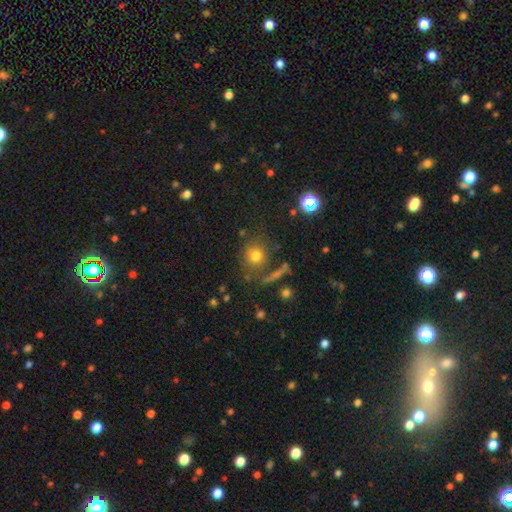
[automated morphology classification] A smooth galaxy with no disk features (74%) that is round (86%).

Vote fractions:
- Smooth or featured? smooth: 74% / star or artifact: 15% / featured or disk: 11%
- How rounded? round: 86% / in between: 13% / cigar-shaped: 2%
- Merging? none: 72% / minor disturbance: 14% / major disturbance: 7% / merger: 7%